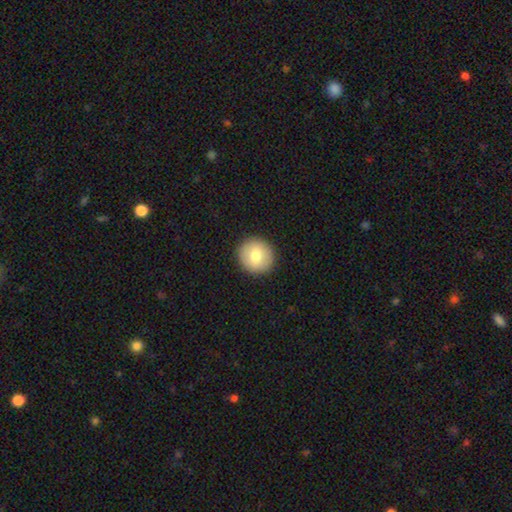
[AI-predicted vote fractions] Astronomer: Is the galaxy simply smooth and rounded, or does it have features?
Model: smooth — 77%.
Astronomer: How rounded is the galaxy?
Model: round — 93%.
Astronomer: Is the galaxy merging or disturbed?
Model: none — 92%.